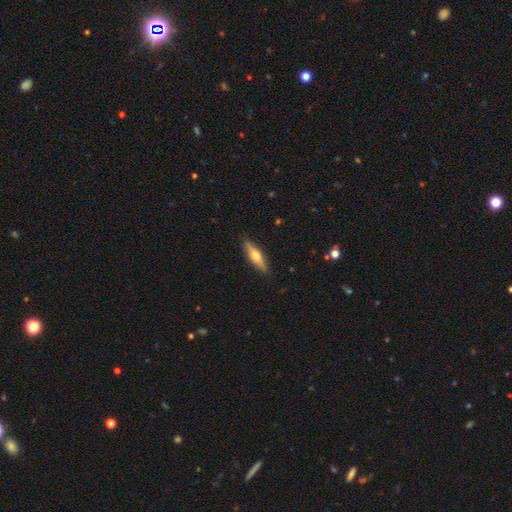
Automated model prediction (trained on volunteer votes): The model was most divided on "smooth or featured": featured or disk: 53%, smooth: 41%, star or artifact: 6%. More confident: edge-on disk — yes (94%); merging — none (89%).